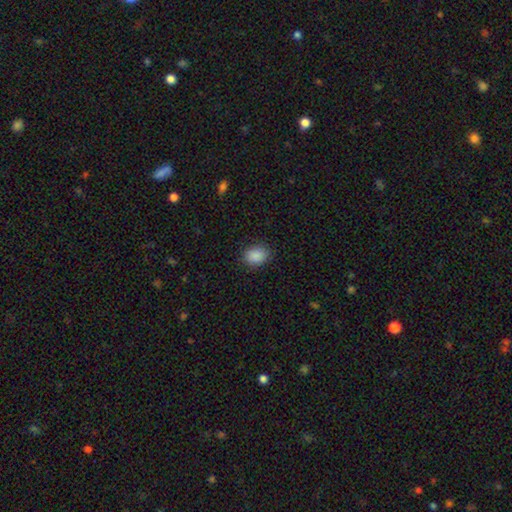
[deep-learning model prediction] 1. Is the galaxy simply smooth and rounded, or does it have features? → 89% smooth, 8% star or artifact, 3% featured or disk.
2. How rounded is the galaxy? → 63% in between, 36% round, 1% cigar-shaped.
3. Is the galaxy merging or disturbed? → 87% none, 10% minor disturbance, 3% major disturbance, 1% merger.